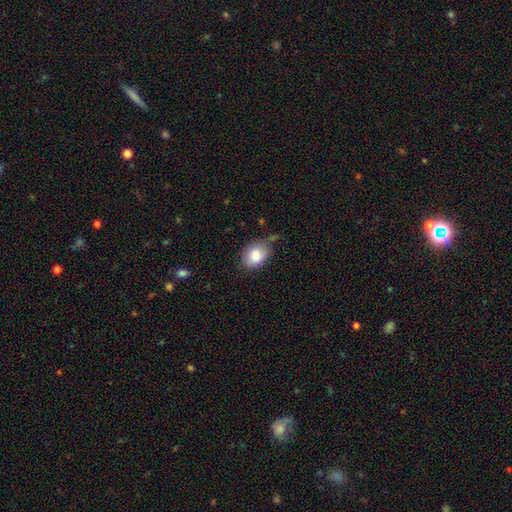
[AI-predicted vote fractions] Smooth or featured? smooth (85%)
How rounded? in between (72%)
Merging? none (65%)